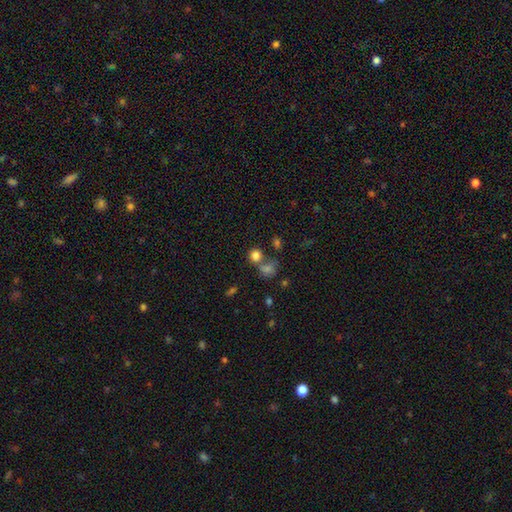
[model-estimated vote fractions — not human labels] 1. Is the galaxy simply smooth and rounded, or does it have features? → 79% smooth, 14% star or artifact, 7% featured or disk.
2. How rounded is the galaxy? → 83% round, 16% in between, 1% cigar-shaped.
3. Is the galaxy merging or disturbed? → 54% none, 32% merger, 9% minor disturbance, 5% major disturbance.